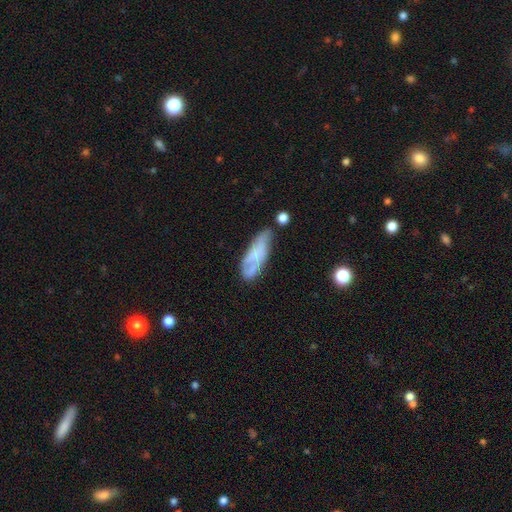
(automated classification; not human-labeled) This is possibly a smooth galaxy (55%). How rounded: possibly in between (58%). Merging: possibly none (48%).